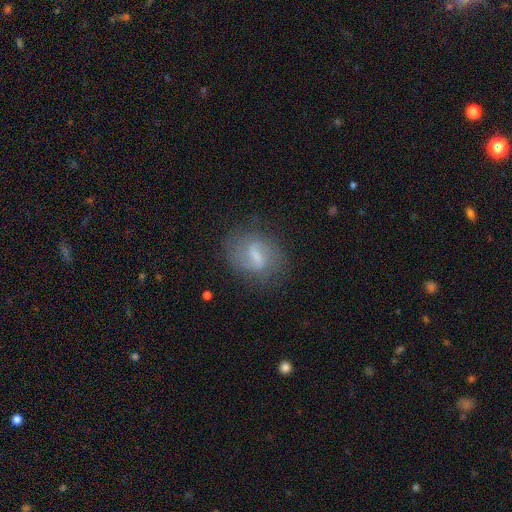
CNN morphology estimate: smooth_or_featured: featured or disk (p=0.68) [alt: smooth p=0.23]
disk_edge_on: no (p=0.96) [alt: yes p=0.04]
bar: weak (p=0.53) [alt: strong p=0.36]
has_spiral_arms: yes (p=0.83) [alt: no p=0.17]
spiral_winding: loose (p=0.41) [tied with: medium p=0.41]
spiral_arm_count: 2 (p=0.77) [alt: can't tell p=0.11]
bulge_size: small (p=0.40) [alt: none p=0.30]
merging: none (p=0.72) [alt: minor disturbance p=0.17]